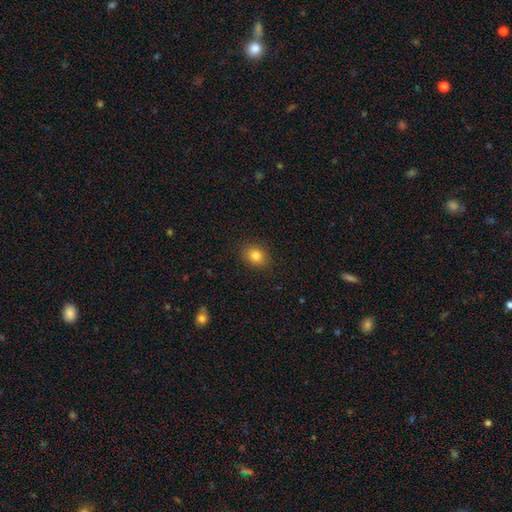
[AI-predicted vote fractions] The model was most divided on "how rounded": round: 55%, in between: 44%, cigar-shaped: 1%. More confident: merging — none (89%); smooth or featured — smooth (82%).